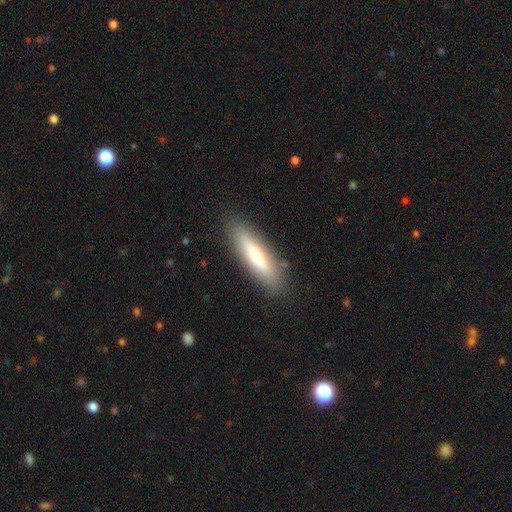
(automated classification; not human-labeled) Q: Smooth or featured?
A: smooth (64%); runner-up: featured or disk (29%)
Q: How rounded?
A: cigar-shaped (73%); runner-up: in between (26%)
Q: Merging?
A: none (85%); runner-up: minor disturbance (11%)